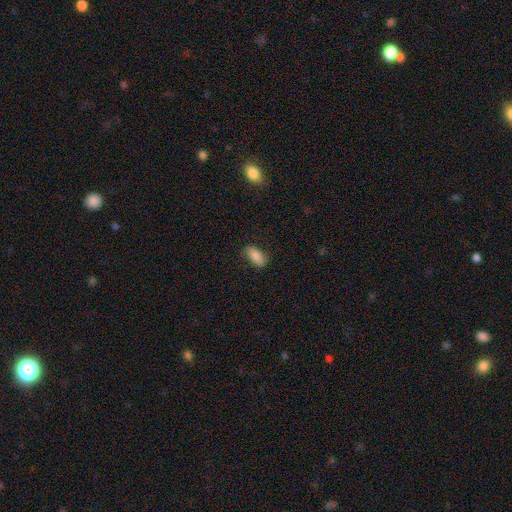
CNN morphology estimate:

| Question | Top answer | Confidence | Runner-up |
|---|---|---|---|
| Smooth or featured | smooth | 78% | featured or disk (15%) |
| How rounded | in between | 88% | cigar-shaped (8%) |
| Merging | none | 78% | minor disturbance (17%) |